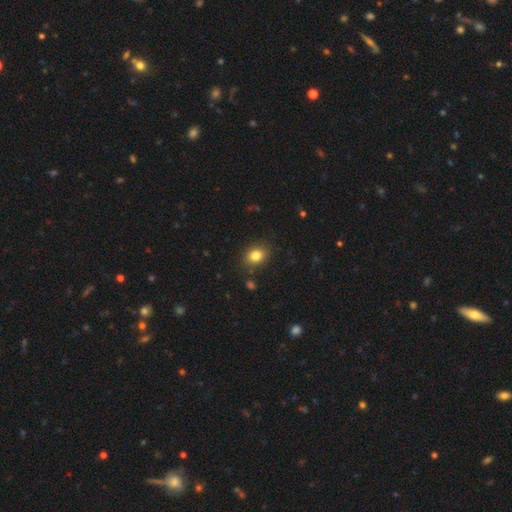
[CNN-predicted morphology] The model was most divided on "how rounded": in between: 56%, round: 43%, cigar-shaped: 1%. More confident: merging — none (85%); smooth or featured — smooth (83%).